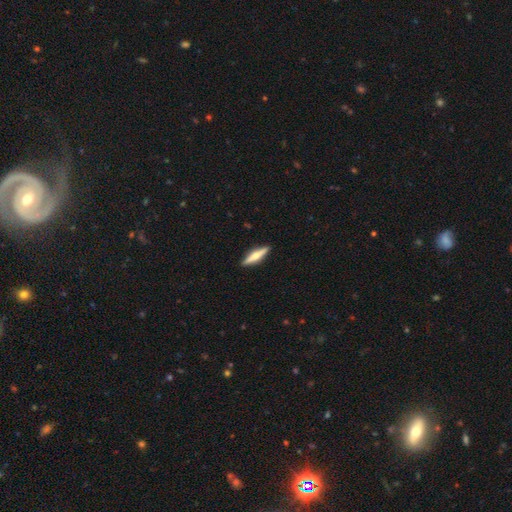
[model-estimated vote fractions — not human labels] The model was most divided on "smooth or featured": featured or disk: 54%, smooth: 40%, star or artifact: 5%. More confident: edge-on disk — yes (96%); merging — none (91%); edge-on bulge — rounded (87%).